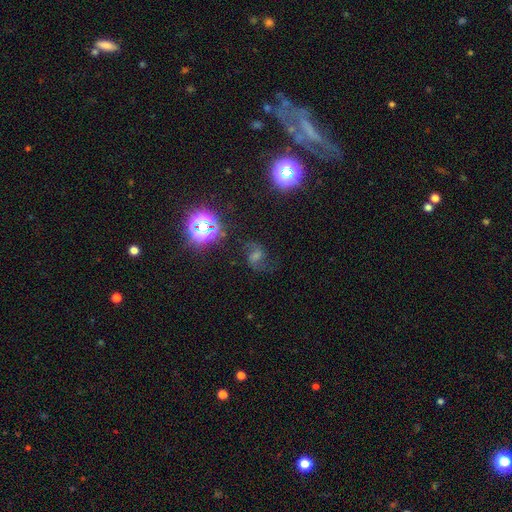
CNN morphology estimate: Smooth or featured? Predicted: featured or disk (p=0.52). Edge-on disk? Predicted: no (p=0.96). Bar? Predicted: weak (p=0.46). Spiral arms? Predicted: yes (p=0.92). Bulge size? Predicted: moderate (p=0.41). Merging? Predicted: none (p=0.73).